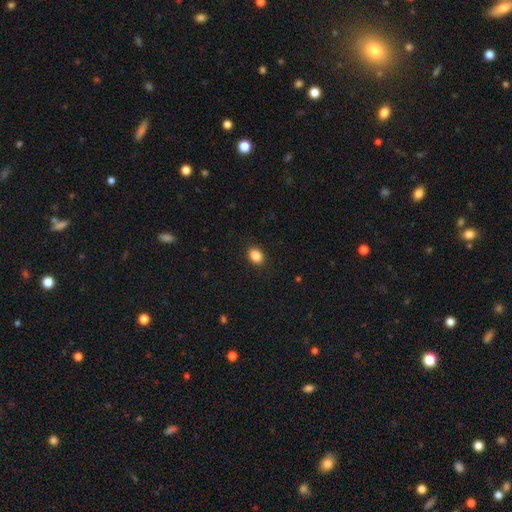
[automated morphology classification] smooth-or-featured: smooth: 88% | star or artifact: 8% | featured or disk: 3%
  how-rounded: in between: 68% | round: 31% | cigar-shaped: 1%
  merging: none: 89% | minor disturbance: 7% | major disturbance: 2% | merger: 1%